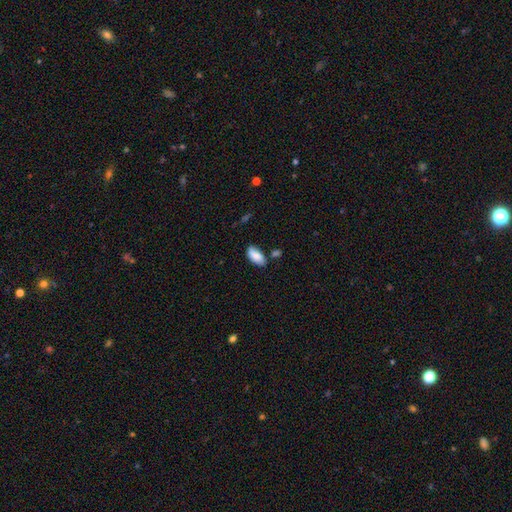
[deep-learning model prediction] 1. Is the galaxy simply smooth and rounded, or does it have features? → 85% smooth, 8% featured or disk, 7% star or artifact.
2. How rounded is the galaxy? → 92% in between, 5% cigar-shaped, 3% round.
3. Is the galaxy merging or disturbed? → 70% none, 19% minor disturbance, 7% merger, 4% major disturbance.